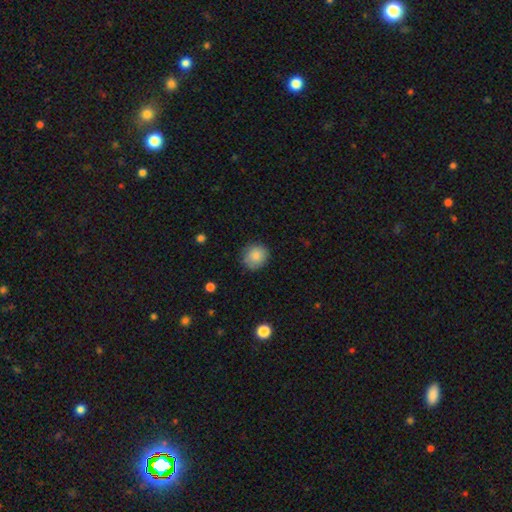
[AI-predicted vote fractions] smooth_or_featured: smooth (p=0.85) [alt: star or artifact p=0.08]
how_rounded: round (p=0.87) [alt: in between p=0.12]
merging: none (p=0.83) [alt: minor disturbance p=0.13]